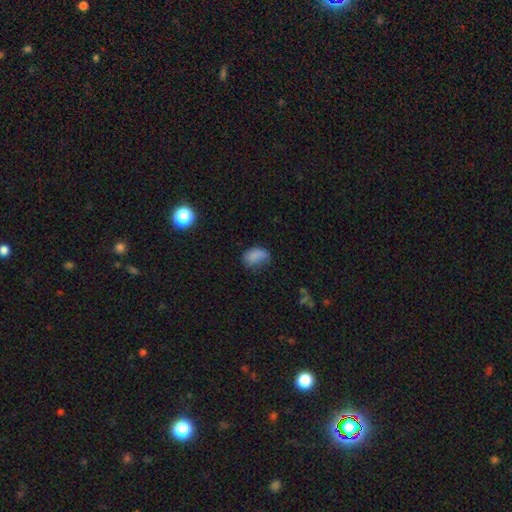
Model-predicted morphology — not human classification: This is likely a smooth galaxy (79%). How rounded: clearly in between (85%). Merging: possibly none (48%).